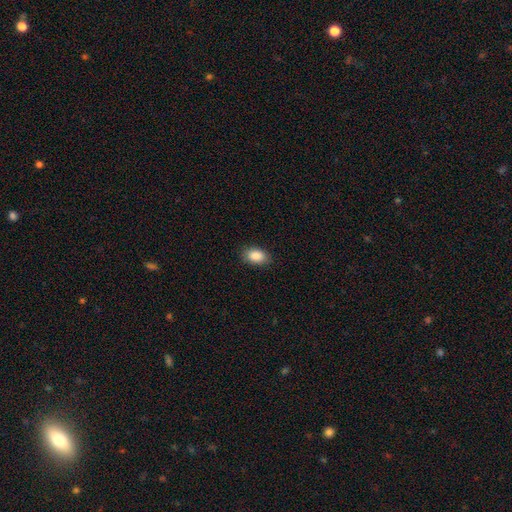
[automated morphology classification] smooth_or_featured: smooth (p=0.89) [alt: star or artifact p=0.07]
how_rounded: in between (p=0.89) [alt: round p=0.09]
merging: none (p=0.85) [alt: minor disturbance p=0.11]